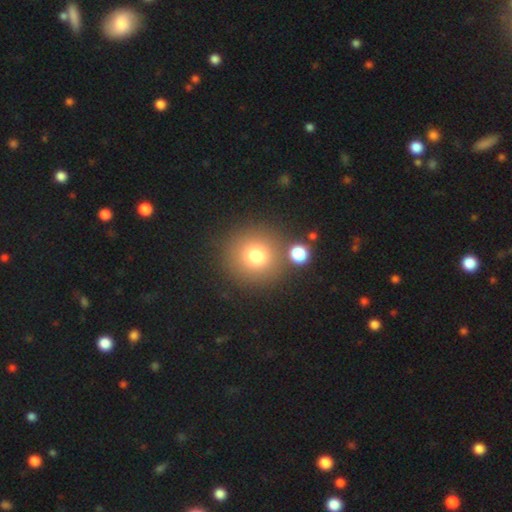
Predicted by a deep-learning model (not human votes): A smooth galaxy with no disk features (76%) that is round (93%).

Vote fractions:
- Smooth or featured? smooth: 76% / star or artifact: 14% / featured or disk: 10%
- How rounded? round: 93% / in between: 6% / cigar-shaped: 1%
- Merging? none: 77% / merger: 12% / minor disturbance: 7% / major disturbance: 4%